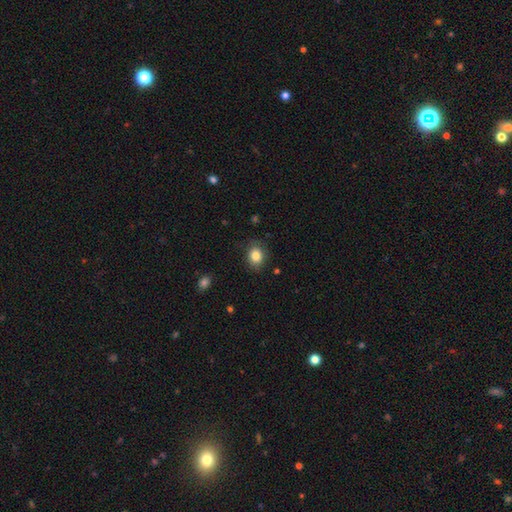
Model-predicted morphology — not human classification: Smooth or featured? smooth (83%)
How rounded? round (56%)
Merging? none (83%)